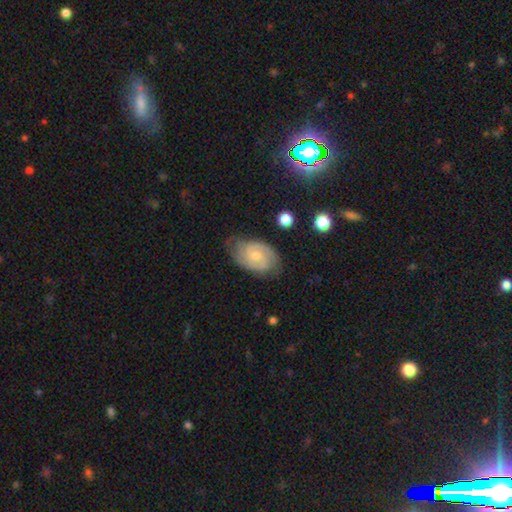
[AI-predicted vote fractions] Overall: featured or disk (81%). Edge-on disk: no (97%). Bar: no (50%; weak 44%). Spiral arms: yes (96%). Spiral arm count: 2 (66%). Spiral winding: tight (56%; medium 37%). Bulge size: small (55%; moderate 39%). Merging: none (71%).